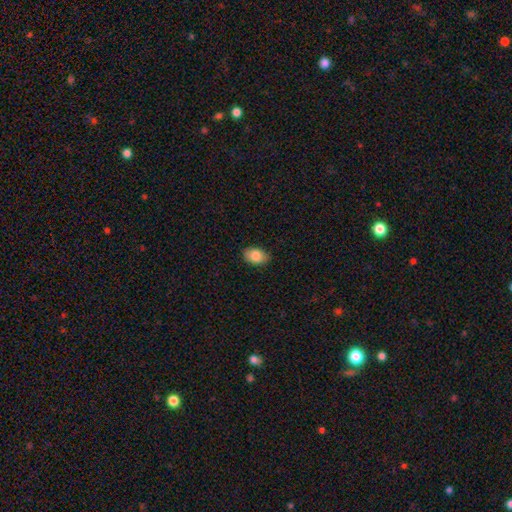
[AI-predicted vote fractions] smooth_or_featured: smooth (p=0.85) [alt: featured or disk p=0.08]
how_rounded: in between (p=0.86) [alt: round p=0.13]
merging: none (p=0.85) [alt: minor disturbance p=0.12]